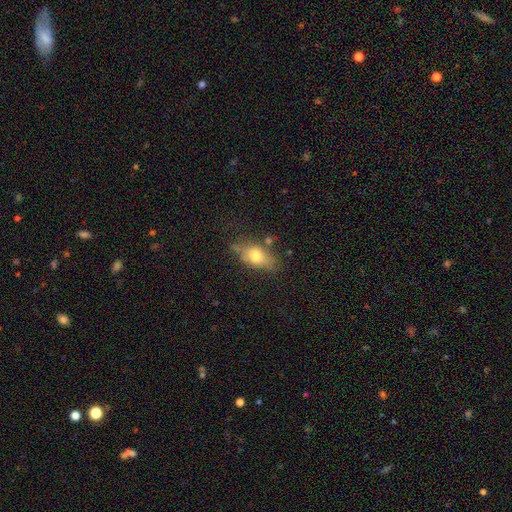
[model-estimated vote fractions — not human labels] A smooth galaxy with no disk features (65%) that is in between round and cigar-shaped (79%).

Vote fractions:
- Smooth or featured? smooth: 65% / featured or disk: 26% / star or artifact: 9%
- How rounded? in between: 79% / round: 11% / cigar-shaped: 10%
- Merging? none: 62% / minor disturbance: 24% / major disturbance: 8% / merger: 6%